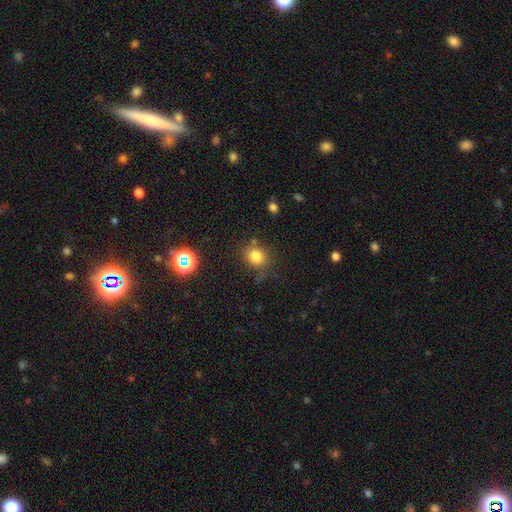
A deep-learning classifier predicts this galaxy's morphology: smooth_or_featured: smooth (p=0.79) [alt: star or artifact p=0.14]
how_rounded: round (p=0.74) [alt: in between p=0.25]
merging: none (p=0.75) [alt: minor disturbance p=0.14]